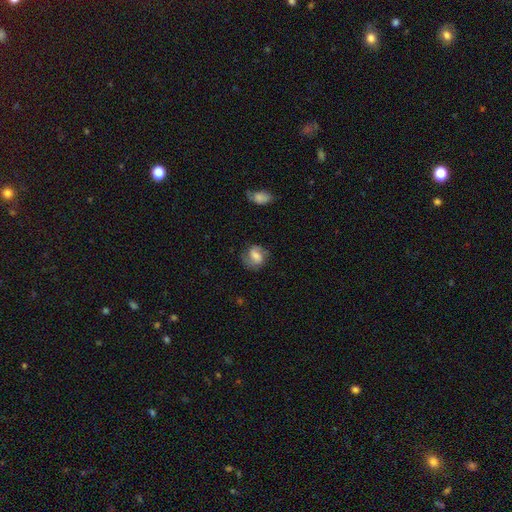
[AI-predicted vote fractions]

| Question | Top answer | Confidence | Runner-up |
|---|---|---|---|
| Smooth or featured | featured or disk | 54% | smooth (38%) |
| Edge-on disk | no | 97% | yes (3%) |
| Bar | weak | 47% | no (29%) |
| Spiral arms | yes | 88% | no (12%) |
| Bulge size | moderate | 39% | small (27%) |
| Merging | none | 69% | minor disturbance (20%) |